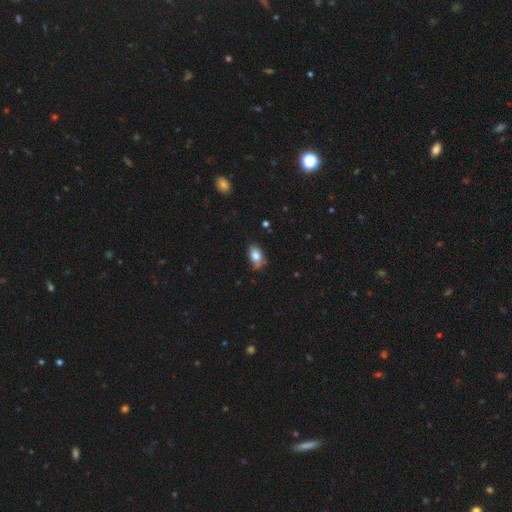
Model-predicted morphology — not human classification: This is likely a smooth galaxy (80%). How rounded: clearly in between (88%). Merging: likely none (60%).